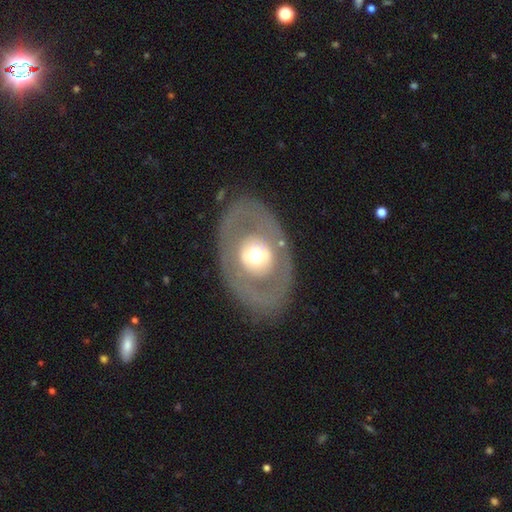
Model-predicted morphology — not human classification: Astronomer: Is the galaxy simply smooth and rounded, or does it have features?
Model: featured or disk — 61%.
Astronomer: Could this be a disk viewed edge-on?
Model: no — 90%.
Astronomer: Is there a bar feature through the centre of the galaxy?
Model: no — 75%.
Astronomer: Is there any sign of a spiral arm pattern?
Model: no — 87%.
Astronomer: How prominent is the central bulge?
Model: moderate — 59%.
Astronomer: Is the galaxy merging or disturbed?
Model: none — 79%.